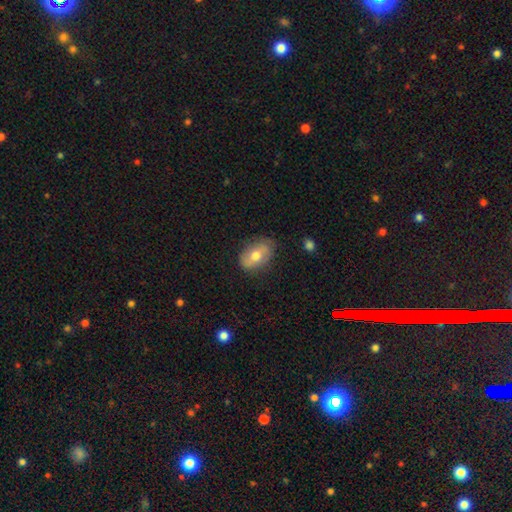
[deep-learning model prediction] Q: Smooth or featured?
A: smooth (60%); runner-up: featured or disk (33%)
Q: How rounded?
A: in between (84%); runner-up: round (14%)
Q: Merging?
A: none (76%); runner-up: minor disturbance (19%)